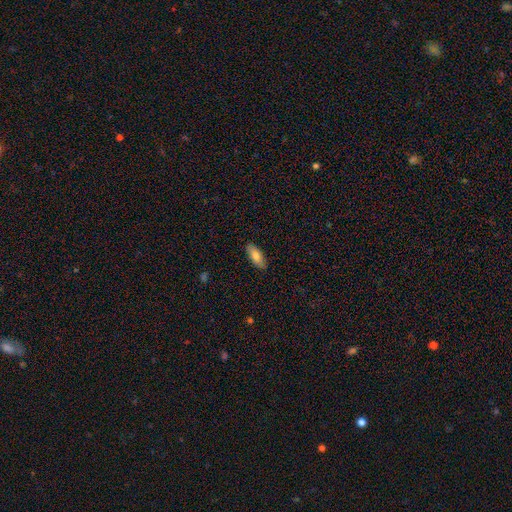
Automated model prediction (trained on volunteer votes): Smooth or featured?
  - smooth: 78% *
  - featured or disk: 16%
  - star or artifact: 6%
How rounded?
  - in between: 76% *
  - cigar-shaped: 22%
  - round: 2%
Merging?
  - none: 88% *
  - minor disturbance: 9%
  - major disturbance: 2%
  - merger: 1%